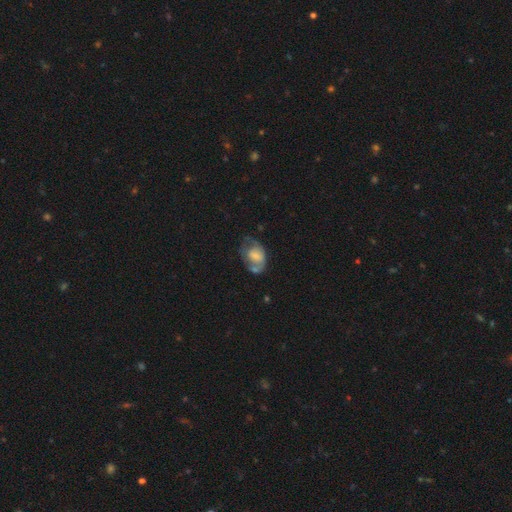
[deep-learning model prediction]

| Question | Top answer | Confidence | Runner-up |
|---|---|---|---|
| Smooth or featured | smooth | 49% | featured or disk (43%) |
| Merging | none | 30% | major disturbance (29%) |